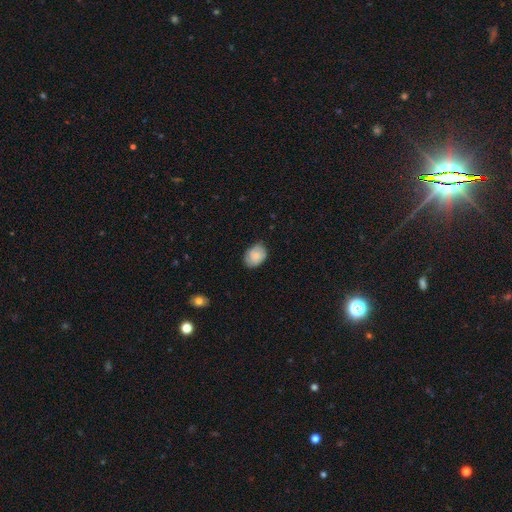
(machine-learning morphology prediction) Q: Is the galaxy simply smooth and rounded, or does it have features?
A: smooth — 74%.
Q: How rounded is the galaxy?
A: in between — 70%.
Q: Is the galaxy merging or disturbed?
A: none — 75%.